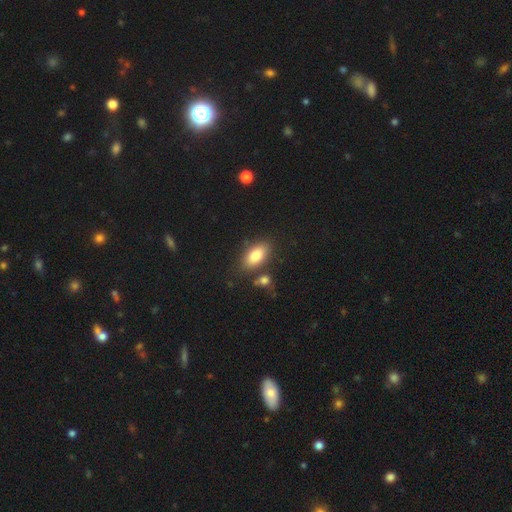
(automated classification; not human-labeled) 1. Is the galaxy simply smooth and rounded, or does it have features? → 81% smooth, 11% featured or disk, 7% star or artifact.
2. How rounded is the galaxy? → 90% in between, 5% cigar-shaped, 5% round.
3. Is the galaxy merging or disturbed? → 76% none, 11% minor disturbance, 10% merger, 3% major disturbance.